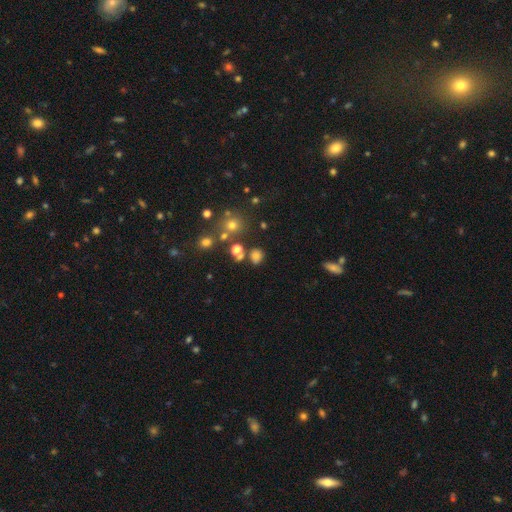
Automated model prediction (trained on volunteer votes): A smooth galaxy with no disk features (72%) that is round (69%). Merging: none (73%).